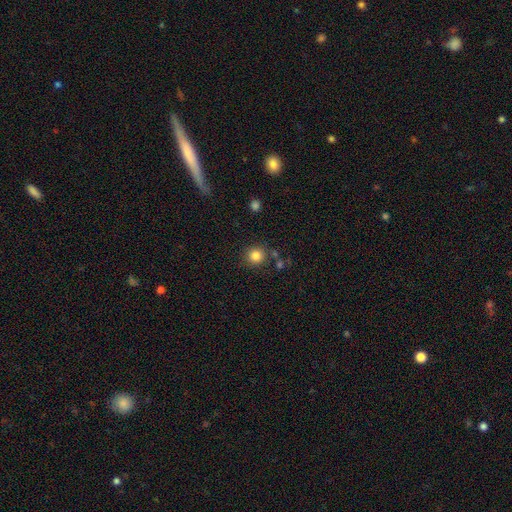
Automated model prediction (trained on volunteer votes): This is clearly a smooth galaxy (83%). How rounded: clearly round (92%). Merging: clearly none (84%).